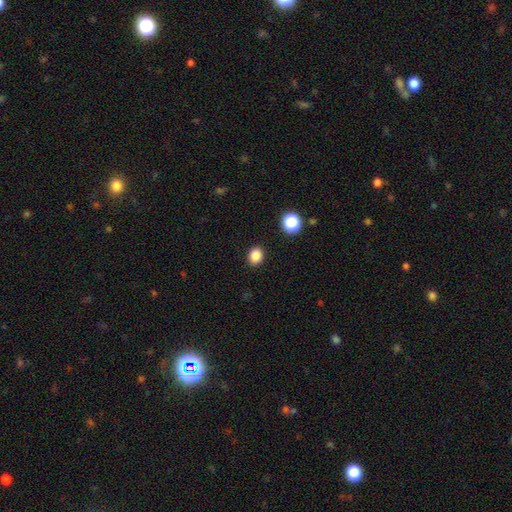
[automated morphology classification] smooth-or-featured: smooth: 85% | star or artifact: 11% | featured or disk: 3%
  how-rounded: round: 50% | in between: 49% | cigar-shaped: 1%
  merging: none: 90% | minor disturbance: 6% | major disturbance: 2% | merger: 1%